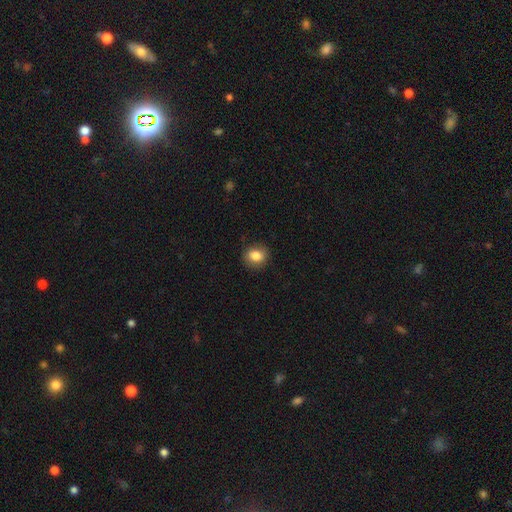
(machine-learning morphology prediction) Overall: smooth (84%). How rounded: round (70%). Merging: none (86%).